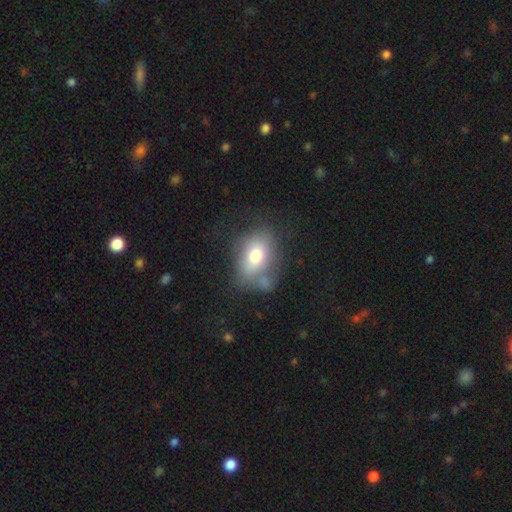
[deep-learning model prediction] Q: Smooth or featured?
A: smooth (70%); runner-up: featured or disk (20%)
Q: How rounded?
A: in between (75%); runner-up: round (23%)
Q: Merging?
A: none (49%); runner-up: minor disturbance (21%)